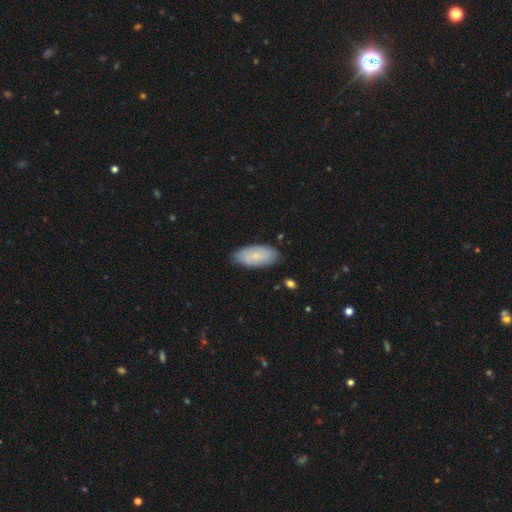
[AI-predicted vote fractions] Q: Smooth or featured?
A: smooth (71%); runner-up: featured or disk (23%)
Q: How rounded?
A: in between (92%); runner-up: cigar-shaped (5%)
Q: Merging?
A: none (81%); runner-up: minor disturbance (16%)